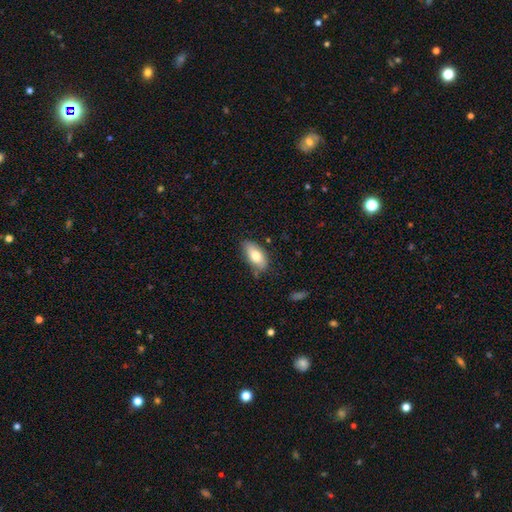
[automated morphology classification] Overall: smooth (76%). How rounded: in between (91%). Merging: none (71%).